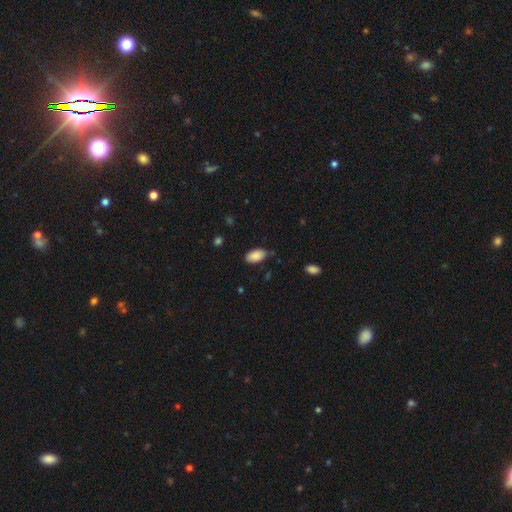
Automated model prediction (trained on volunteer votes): smooth 89%, star or artifact 7%, featured or disk 4%. Down the decision tree: how rounded — in between (95%); merging — none (71%).